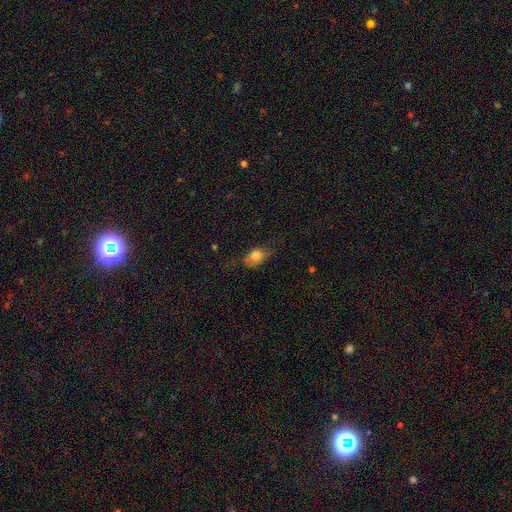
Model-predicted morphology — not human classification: smooth 76%, featured or disk 14%, star or artifact 9%. Down the decision tree: how rounded — in between (81%); merging — none (57%).